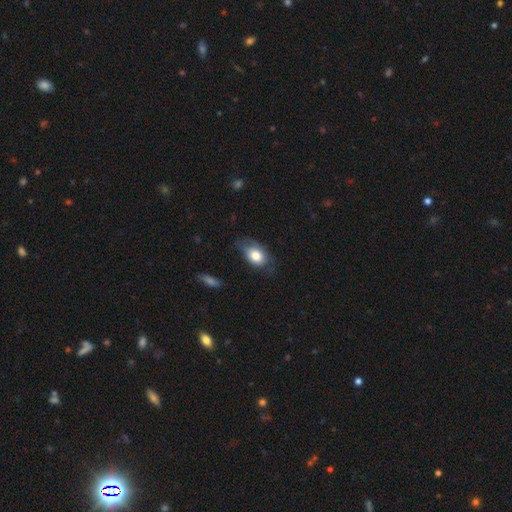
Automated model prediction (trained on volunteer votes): smooth 71%, featured or disk 22%, star or artifact 7%. Down the decision tree: how rounded — in between (87%); merging — none (57%).